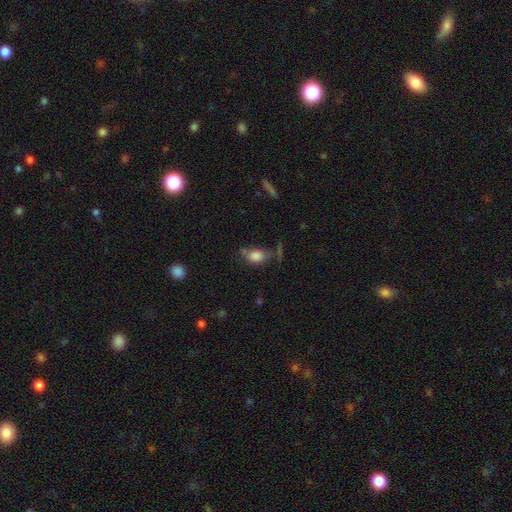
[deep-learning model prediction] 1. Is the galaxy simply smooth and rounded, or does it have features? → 81% smooth, 9% star or artifact, 9% featured or disk.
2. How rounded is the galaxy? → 79% in between, 18% round, 3% cigar-shaped.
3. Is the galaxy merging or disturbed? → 50% none, 25% minor disturbance, 13% major disturbance, 12% merger.